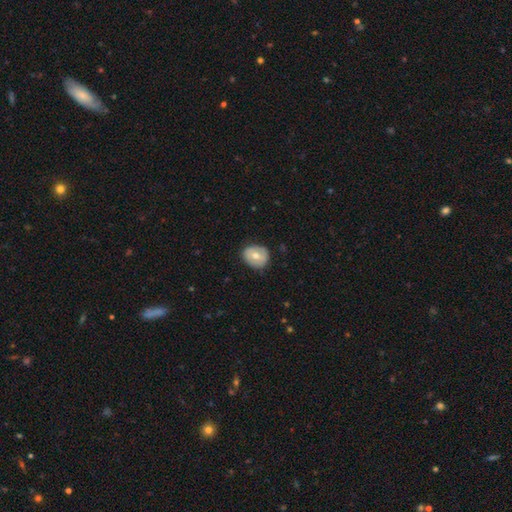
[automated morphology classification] smooth-or-featured: smooth: 58% | featured or disk: 35% | star or artifact: 7%
  how-rounded: round: 69% | in between: 30% | cigar-shaped: 1%
  merging: none: 81% | minor disturbance: 15% | major disturbance: 3% | merger: 1%